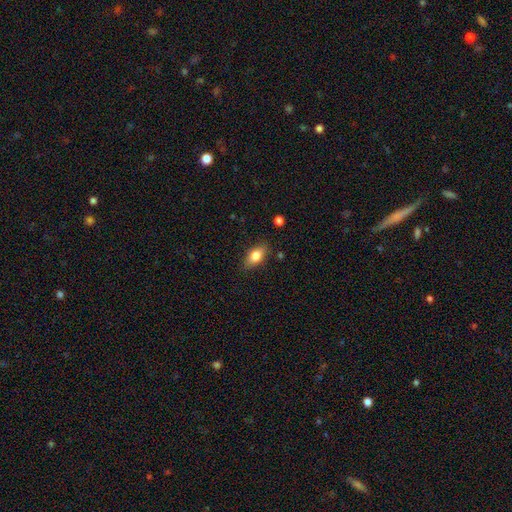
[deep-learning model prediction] smooth_or_featured: smooth (p=0.80) [alt: featured or disk p=0.12]
how_rounded: in between (p=0.87) [alt: round p=0.07]
merging: none (p=0.84) [alt: minor disturbance p=0.12]